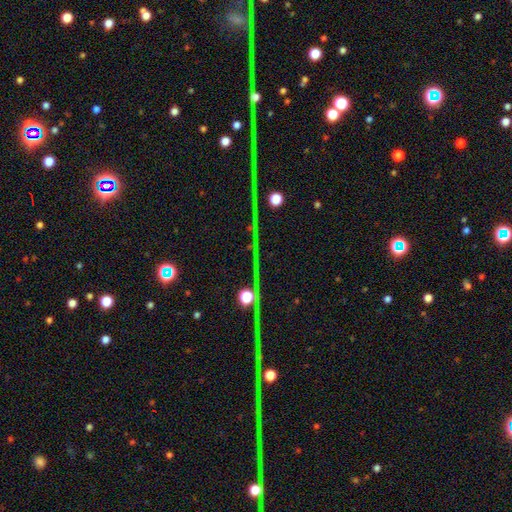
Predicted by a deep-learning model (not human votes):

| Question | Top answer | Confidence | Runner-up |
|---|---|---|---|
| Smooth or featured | star or artifact | 74% | featured or disk (17%) |